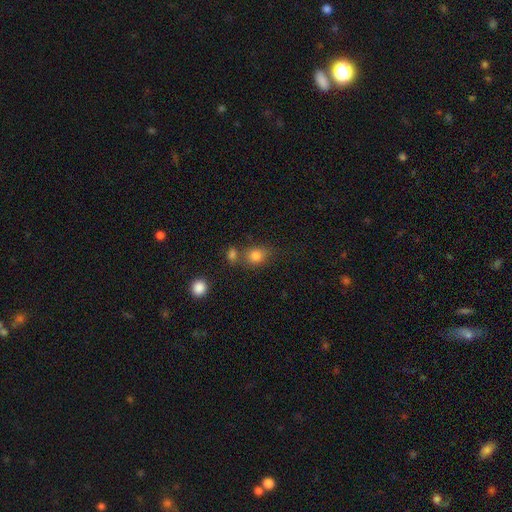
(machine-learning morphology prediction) Overall: smooth (81%). How rounded: round (64%; in between 34%). Merging: none (57%; merger 23%).